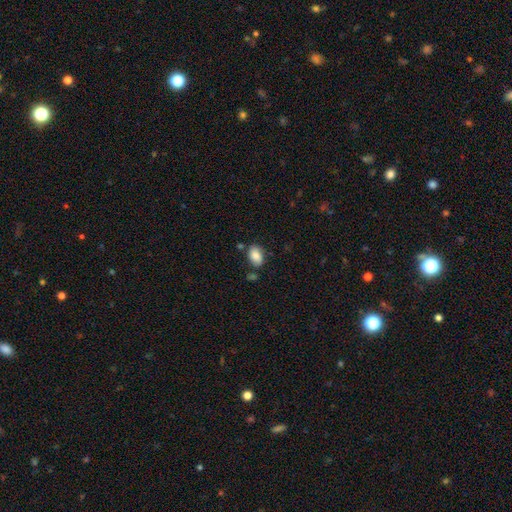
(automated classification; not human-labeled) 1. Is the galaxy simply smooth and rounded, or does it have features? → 85% smooth, 8% featured or disk, 8% star or artifact.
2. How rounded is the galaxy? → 89% in between, 10% round, 1% cigar-shaped.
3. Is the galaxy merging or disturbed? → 74% none, 15% minor disturbance, 7% merger, 4% major disturbance.